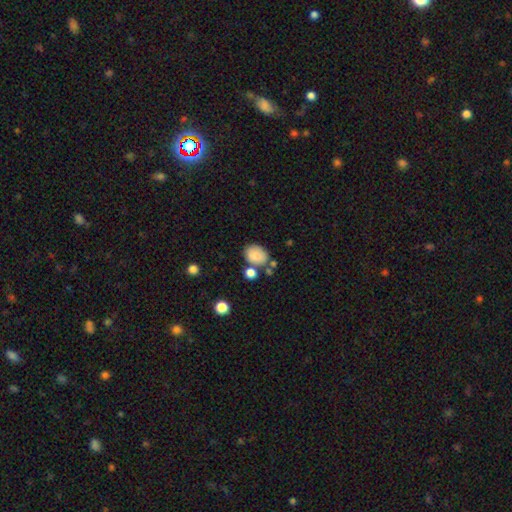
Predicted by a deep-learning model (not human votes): Smooth or featured? smooth (83%)
How rounded? in between (66%)
Merging? none (61%)